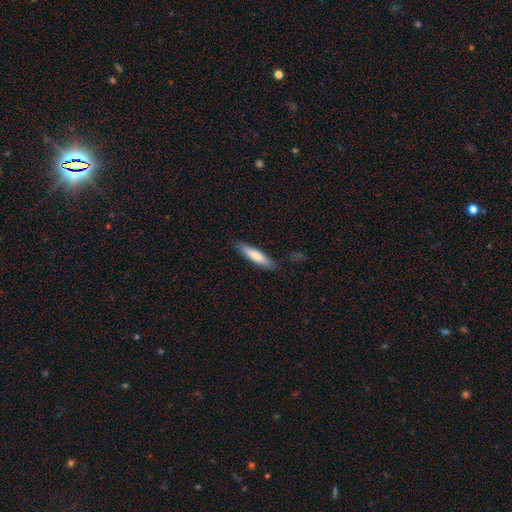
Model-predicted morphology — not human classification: This appears to be a smooth galaxy with no disk features (74%) that is cigar-shaped (78%). Merging: none (86%).